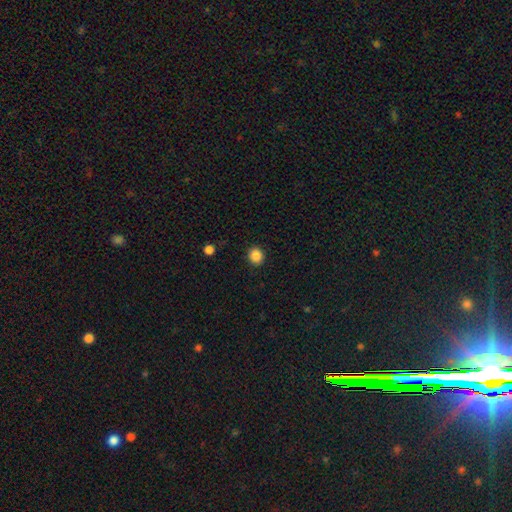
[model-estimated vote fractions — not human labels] The model was most divided on "how rounded": round: 82%, in between: 17%, cigar-shaped: 1%. More confident: merging — none (91%); smooth or featured — smooth (87%).